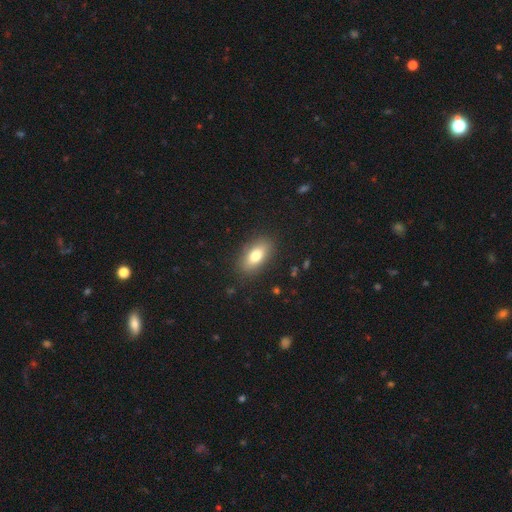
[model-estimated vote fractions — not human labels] This is likely a smooth galaxy (79%). How rounded: clearly in between (89%). Merging: clearly none (86%).